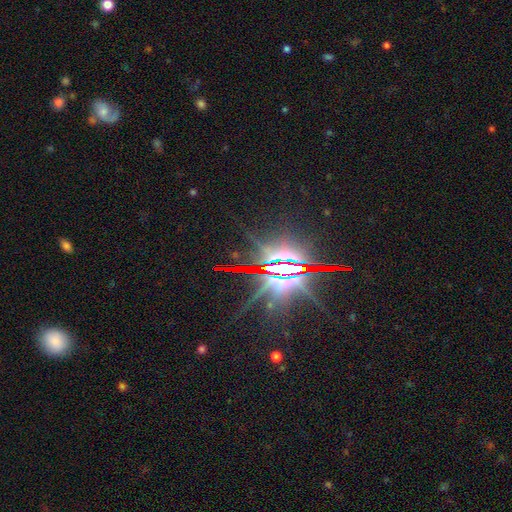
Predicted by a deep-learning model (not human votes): Q: Smooth or featured?
A: star or artifact (81%); runner-up: featured or disk (13%)